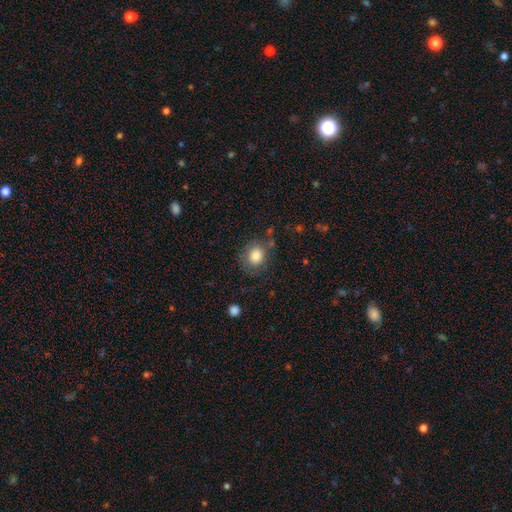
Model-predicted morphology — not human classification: Smooth or featured? smooth (81%)
How rounded? round (68%)
Merging? none (70%)